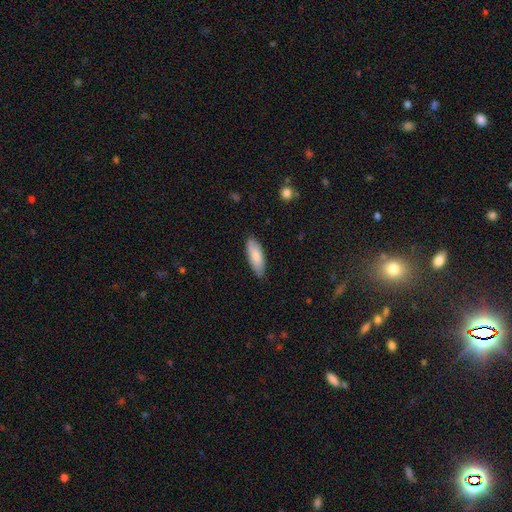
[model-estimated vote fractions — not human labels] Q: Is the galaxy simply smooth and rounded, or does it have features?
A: smooth — 81%.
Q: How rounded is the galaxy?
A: in between — 70%.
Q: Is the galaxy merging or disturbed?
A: none — 83%.